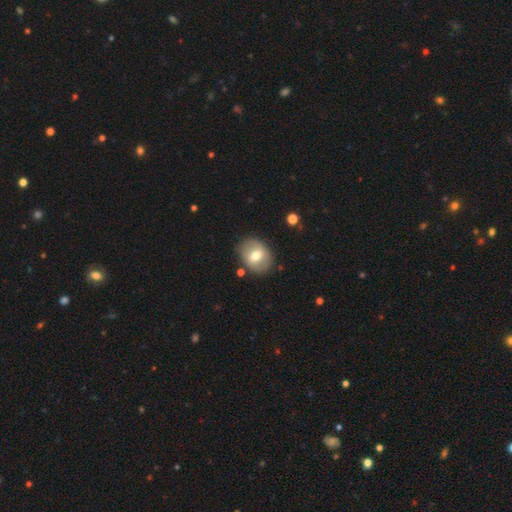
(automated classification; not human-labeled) This appears to be a smooth galaxy with no disk features (54%) that is in between round and cigar-shaped (53%). Merging: none (81%).